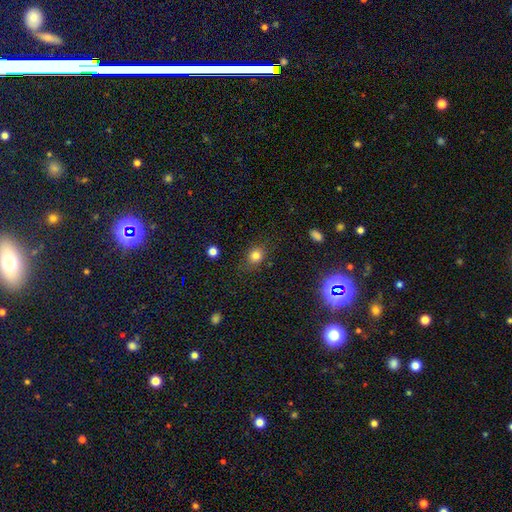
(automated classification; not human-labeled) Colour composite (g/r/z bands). It shows a smooth galaxy with no disk features (79%) that is round (65%). Merging: none (78%).